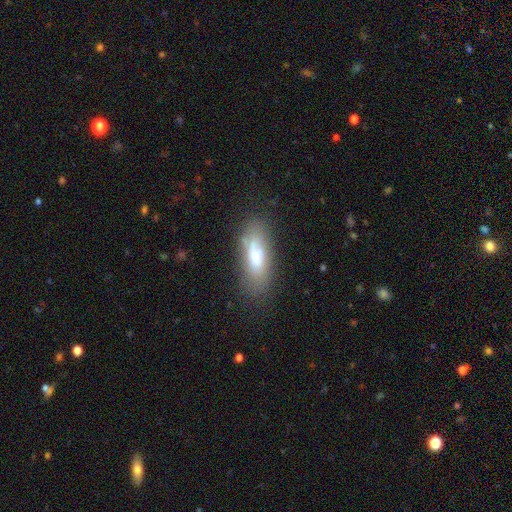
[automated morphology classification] A smooth galaxy with no disk features (64%) that is in between round and cigar-shaped (69%).

Vote fractions:
- Smooth or featured? smooth: 64% / featured or disk: 27% / star or artifact: 9%
- How rounded? in between: 69% / cigar-shaped: 29% / round: 3%
- Merging? none: 61% / minor disturbance: 22% / major disturbance: 10% / merger: 7%